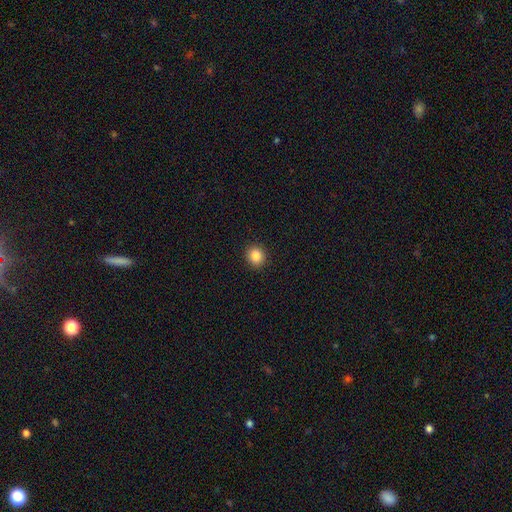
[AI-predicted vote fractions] Morphology: type=smooth (86%); roundness=round (86%); merging=none (92%).